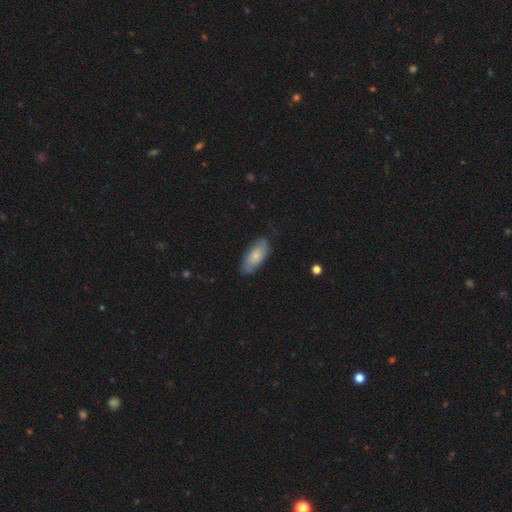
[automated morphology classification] Overall: smooth (74%). How rounded: in between (84%). Merging: none (80%).